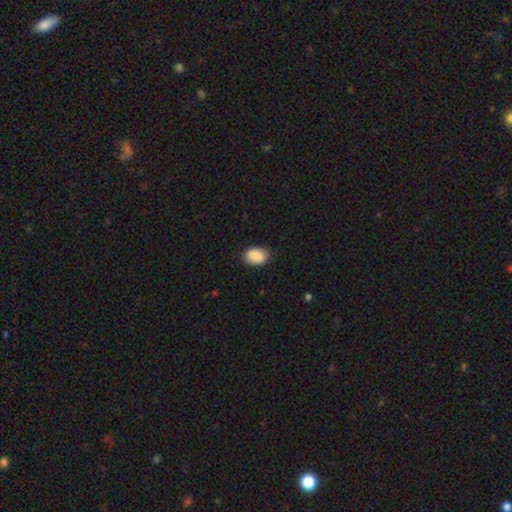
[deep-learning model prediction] Smooth or featured?
  - smooth: 90% *
  - star or artifact: 7%
  - featured or disk: 3%
How rounded?
  - in between: 81% *
  - round: 17%
  - cigar-shaped: 1%
Merging?
  - none: 83% *
  - minor disturbance: 14%
  - major disturbance: 3%
  - merger: 1%